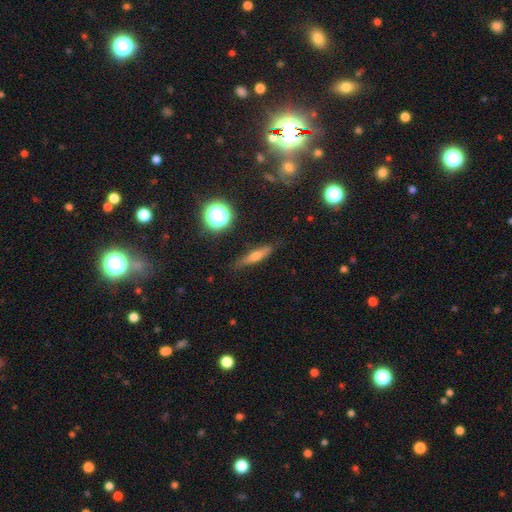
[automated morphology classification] This appears to be a smooth galaxy with no disk features (50%). Merging: none (80%).